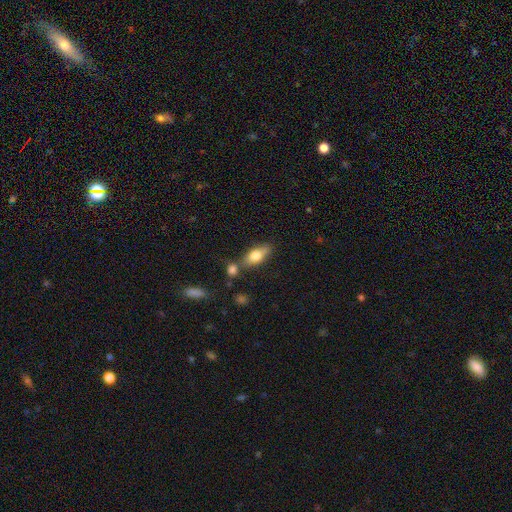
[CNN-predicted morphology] This appears to be a smooth galaxy with no disk features (69%) that is in between round and cigar-shaped (77%). Merging: none (64%).